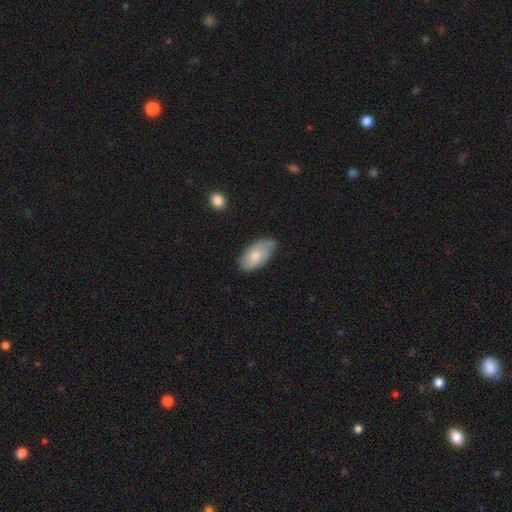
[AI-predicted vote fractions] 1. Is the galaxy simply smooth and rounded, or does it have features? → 64% smooth, 30% featured or disk, 6% star or artifact.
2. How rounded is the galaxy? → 94% in between, 3% round, 3% cigar-shaped.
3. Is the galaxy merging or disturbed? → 55% none, 35% minor disturbance, 7% major disturbance, 3% merger.